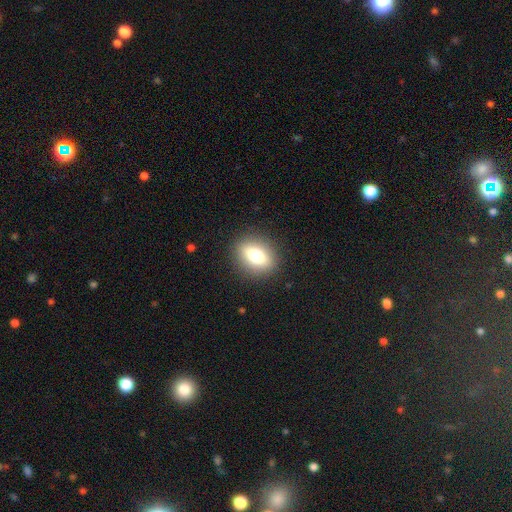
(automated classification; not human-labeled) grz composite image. It shows a smooth galaxy with no disk features (73%) that is in between round and cigar-shaped (58%). Merging: none (88%).